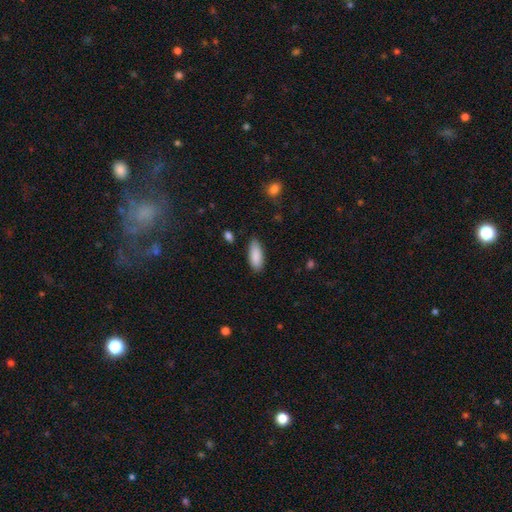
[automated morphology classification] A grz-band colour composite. It shows a smooth galaxy with no disk features (89%) that is in between round and cigar-shaped (79%). Merging: none (83%).